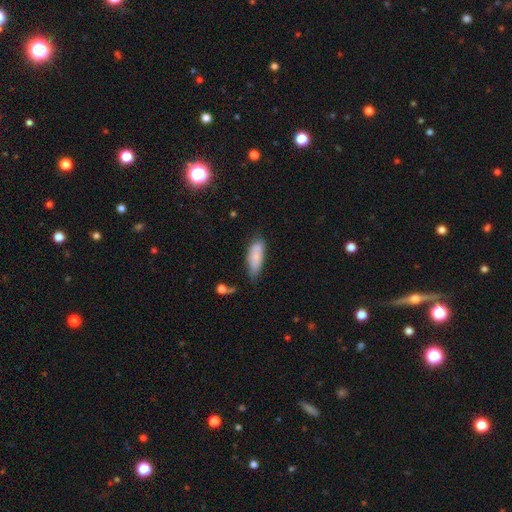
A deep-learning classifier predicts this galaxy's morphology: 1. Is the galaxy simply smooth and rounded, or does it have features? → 79% smooth, 14% featured or disk, 7% star or artifact.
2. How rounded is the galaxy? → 69% in between, 29% cigar-shaped, 2% round.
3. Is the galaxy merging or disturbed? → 56% none, 30% minor disturbance, 8% major disturbance, 6% merger.